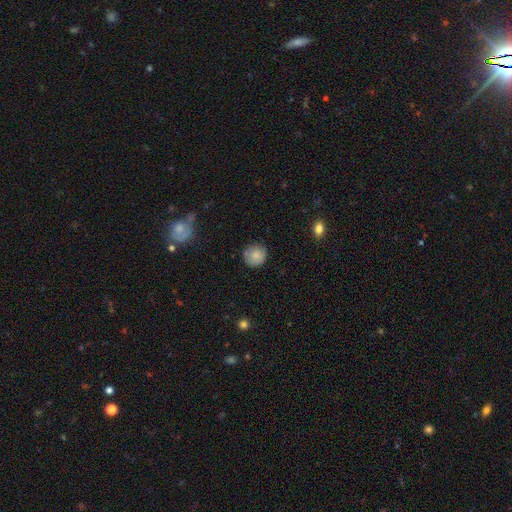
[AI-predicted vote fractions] A smooth galaxy with no disk features (79%) that is round (90%).

Vote fractions:
- Smooth or featured? smooth: 79% / featured or disk: 13% / star or artifact: 8%
- How rounded? round: 90% / in between: 9% / cigar-shaped: 1%
- Merging? none: 76% / minor disturbance: 18% / major disturbance: 3% / merger: 2%